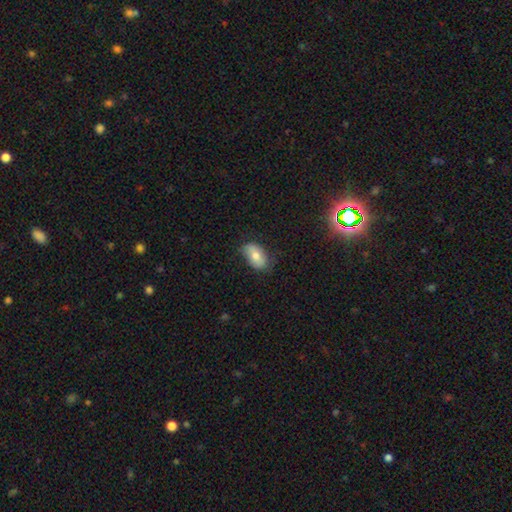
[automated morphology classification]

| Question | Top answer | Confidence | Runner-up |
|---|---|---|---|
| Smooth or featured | smooth | 72% | featured or disk (20%) |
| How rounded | in between | 92% | round (7%) |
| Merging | none | 72% | minor disturbance (22%) |